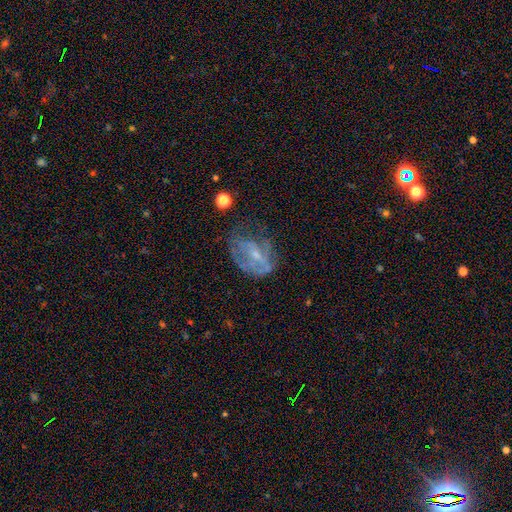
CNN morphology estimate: This is likely a featured or disk galaxy (63%). It is clearly not viewed edge-on (96%). Bar: possibly no (52%). Spiral arm pattern: possibly no (54%). Central bulge: possibly small (56%). Merging: marginally none (39%).